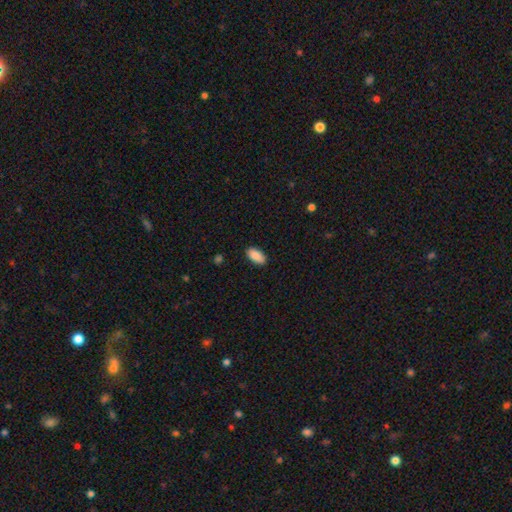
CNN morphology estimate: This is clearly a smooth galaxy (89%). How rounded: clearly in between (93%). Merging: clearly none (88%).